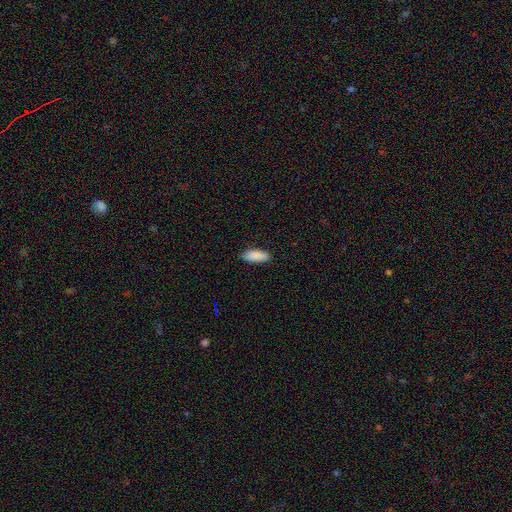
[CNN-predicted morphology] A smooth galaxy with no disk features (90%) that is in between round and cigar-shaped (77%). Merging: none (88%).